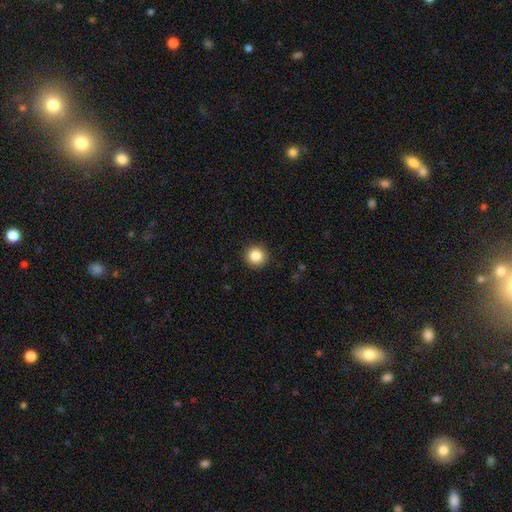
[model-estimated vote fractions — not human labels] A smooth galaxy with no disk features (86%) that is round (94%). Merging: none (92%).